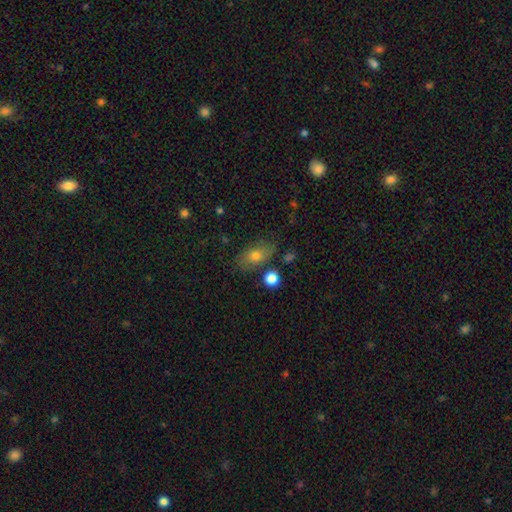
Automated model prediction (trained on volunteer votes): This is likely a smooth galaxy (68%). How rounded: clearly in between (82%). Merging: likely none (73%).